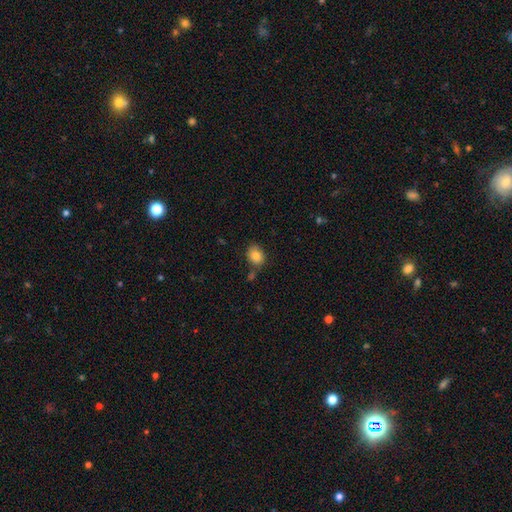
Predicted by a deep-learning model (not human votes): Smooth or featured?
  - smooth: 84% *
  - star or artifact: 9%
  - featured or disk: 7%
How rounded?
  - in between: 53% *
  - round: 46%
  - cigar-shaped: 1%
Merging?
  - none: 75% *
  - minor disturbance: 14%
  - merger: 8%
  - major disturbance: 3%